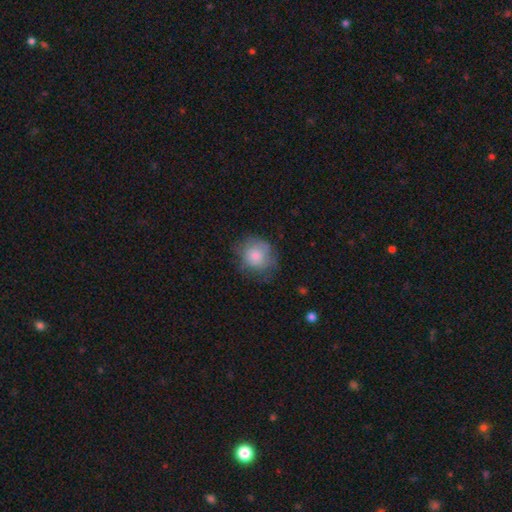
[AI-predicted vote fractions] This appears to be a smooth galaxy with no disk features (75%) that is round (80%). Merging: none (61%).